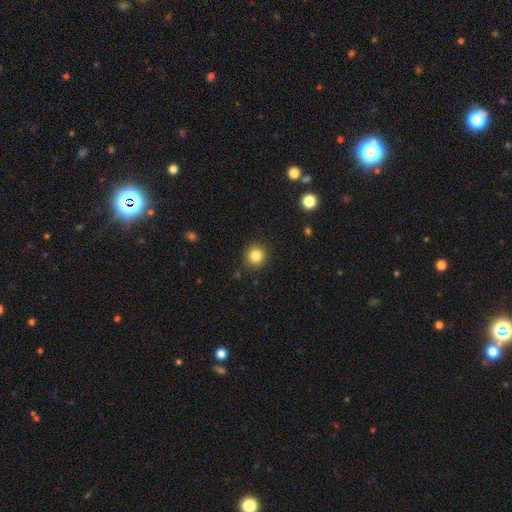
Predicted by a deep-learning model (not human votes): smooth 83%, star or artifact 11%, featured or disk 6%. Down the decision tree: how rounded — round (92%); merging — none (91%).